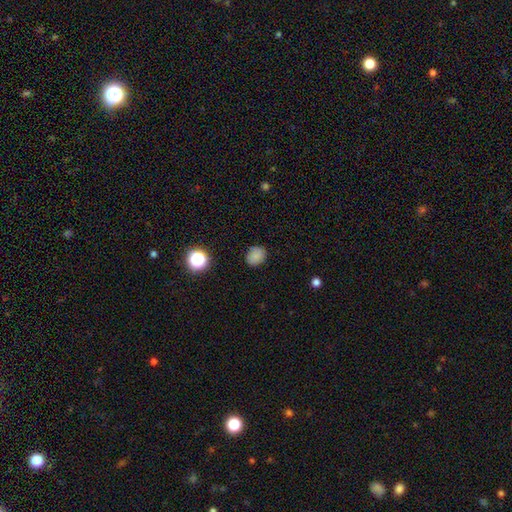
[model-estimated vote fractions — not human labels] This appears to be a smooth galaxy with no disk features (81%) that is round (60%). Merging: none (82%).